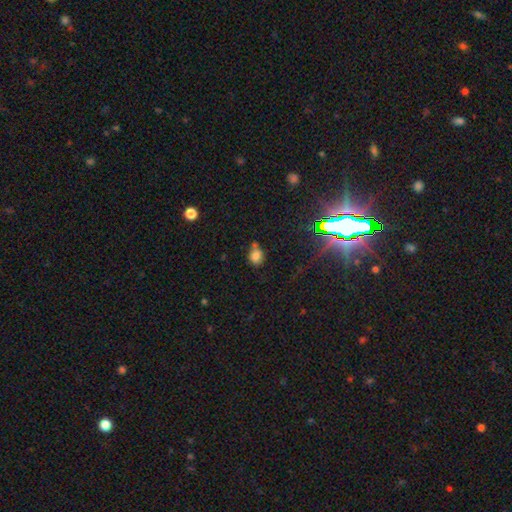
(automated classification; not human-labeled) This is likely a smooth galaxy (75%). How rounded: possibly round (51%). Merging: possibly none (53%).